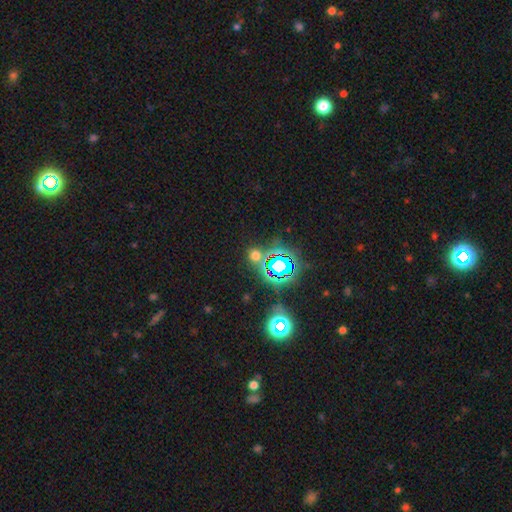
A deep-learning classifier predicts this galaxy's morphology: star or artifact 48%, smooth 44%, featured or disk 8%.